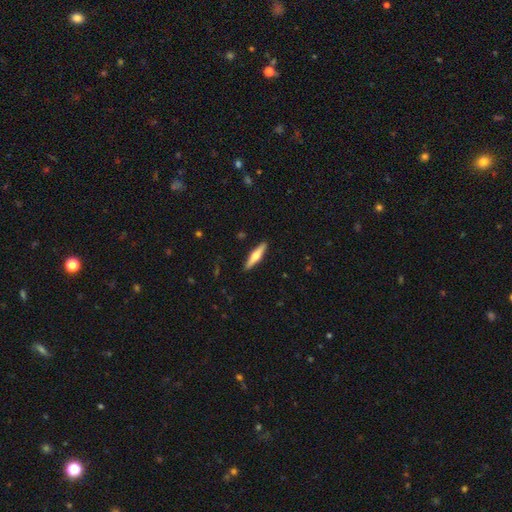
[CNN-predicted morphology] Q: Smooth or featured?
A: featured or disk (48%); runner-up: smooth (47%)
Q: Merging?
A: none (90%); runner-up: minor disturbance (7%)